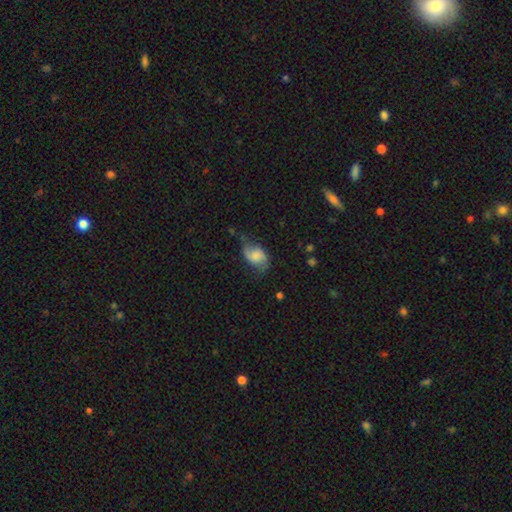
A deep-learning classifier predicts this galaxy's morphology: Smooth or featured? featured or disk (52%)
Edge-on disk? no (96%)
Merging? none (54%)